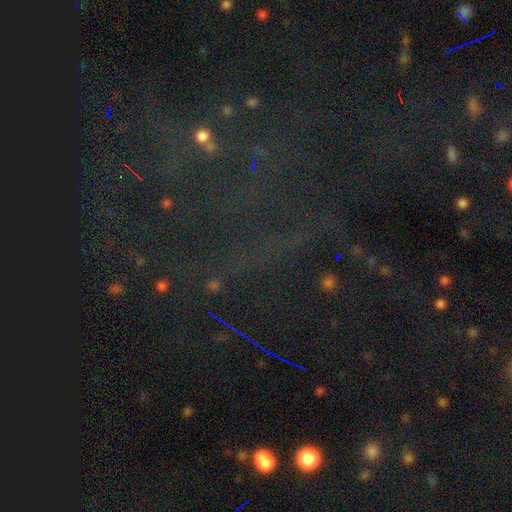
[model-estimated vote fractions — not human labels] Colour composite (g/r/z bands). It shows a star or artifact, not a galaxy (73%).